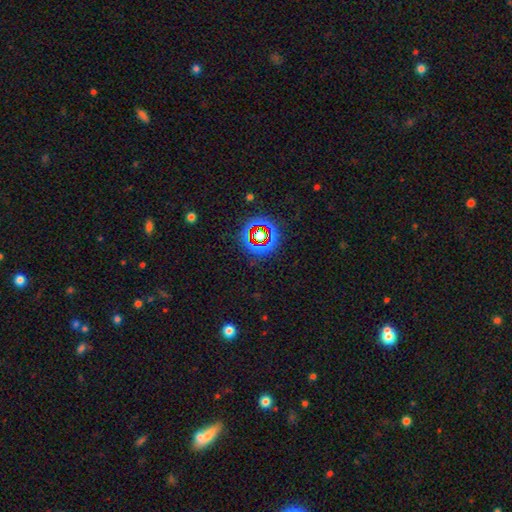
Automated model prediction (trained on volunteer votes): The model was most divided on "smooth or featured": star or artifact: 50%, featured or disk: 27%, smooth: 23%.